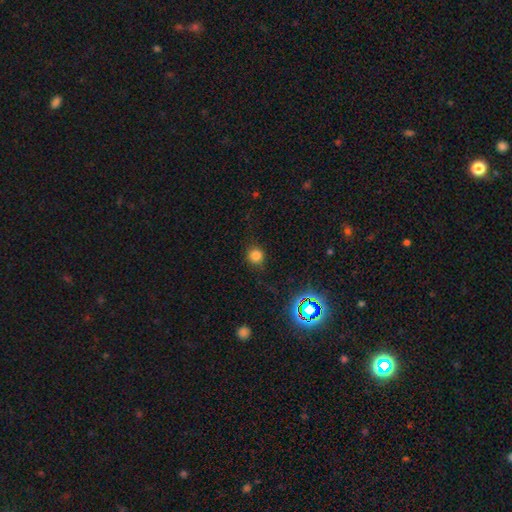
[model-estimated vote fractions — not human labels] Overall: smooth (78%). How rounded: round (90%). Merging: none (84%).